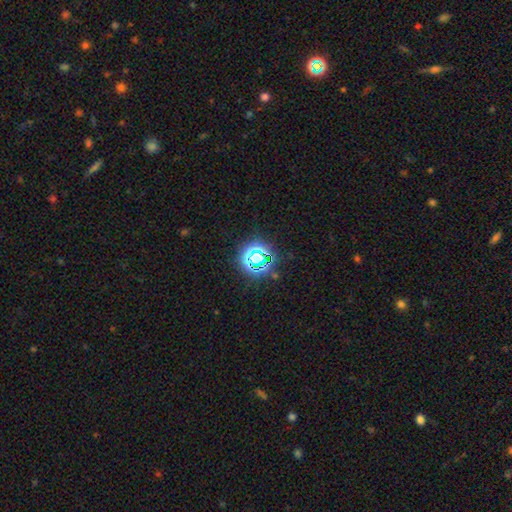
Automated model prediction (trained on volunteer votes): This is likely a star or artifact rather than a galaxy (70%).